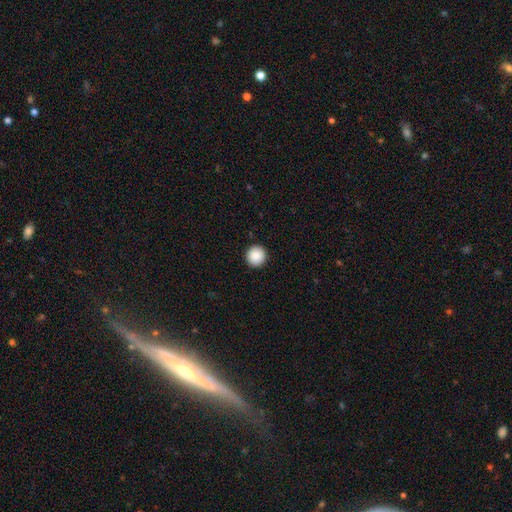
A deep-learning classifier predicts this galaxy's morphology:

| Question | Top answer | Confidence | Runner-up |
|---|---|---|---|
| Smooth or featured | smooth | 89% | star or artifact (8%) |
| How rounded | round | 95% | in between (4%) |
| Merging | none | 93% | minor disturbance (5%) |